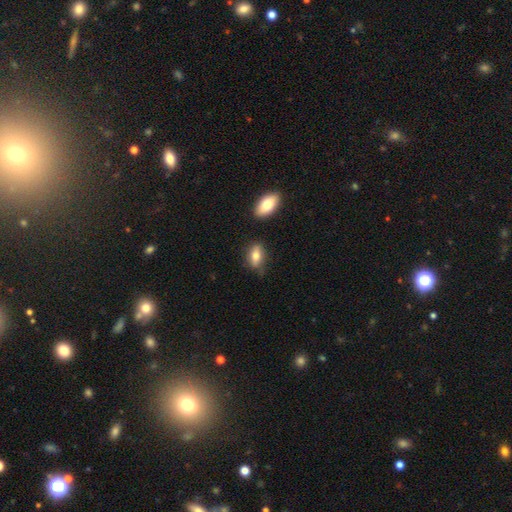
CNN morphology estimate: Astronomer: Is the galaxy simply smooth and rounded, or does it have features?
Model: smooth — 78%.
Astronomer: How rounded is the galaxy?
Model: in between — 85%.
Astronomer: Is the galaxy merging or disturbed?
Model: none — 71%.